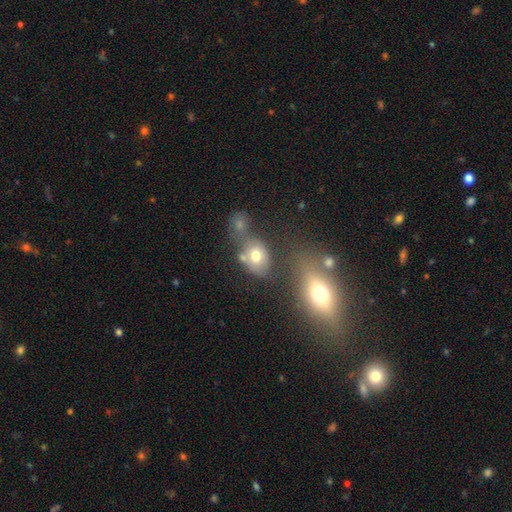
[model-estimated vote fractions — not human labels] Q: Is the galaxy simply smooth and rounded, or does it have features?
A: smooth — 69%.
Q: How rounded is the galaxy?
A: in between — 59%.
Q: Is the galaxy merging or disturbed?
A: none — 39%.